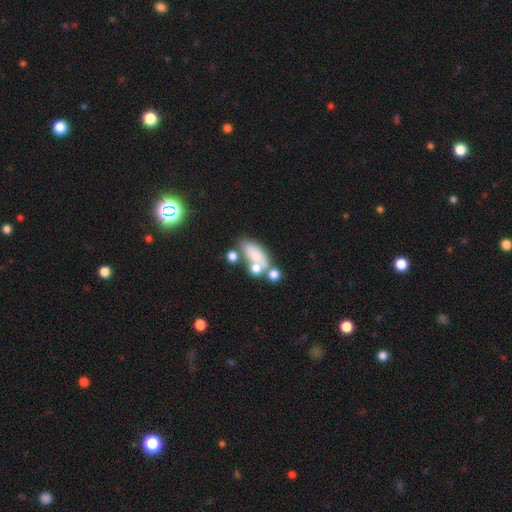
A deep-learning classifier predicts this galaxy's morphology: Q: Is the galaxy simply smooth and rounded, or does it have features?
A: smooth — 64%.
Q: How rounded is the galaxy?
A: in between — 82%.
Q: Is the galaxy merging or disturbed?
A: merger — 40%.